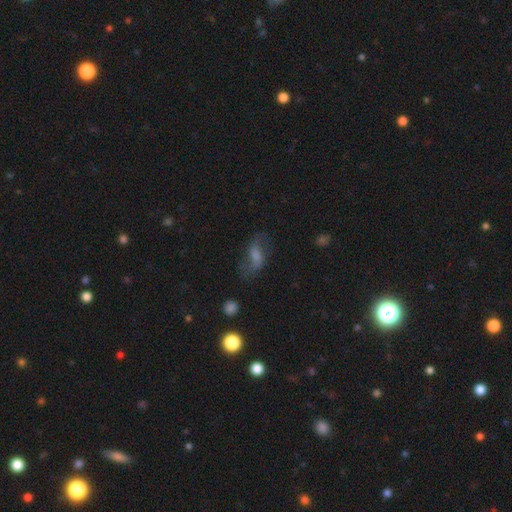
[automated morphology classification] A featured or disk galaxy (45%). Merging: none (57%).